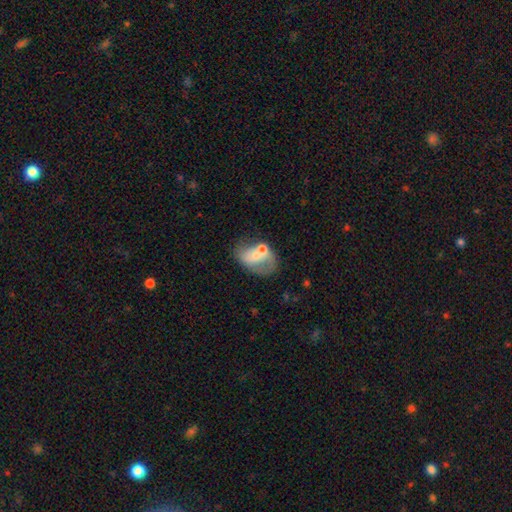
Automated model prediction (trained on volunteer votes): Overall: smooth (46%, tied with featured or disk). Merging: none (31%; merger 29%).